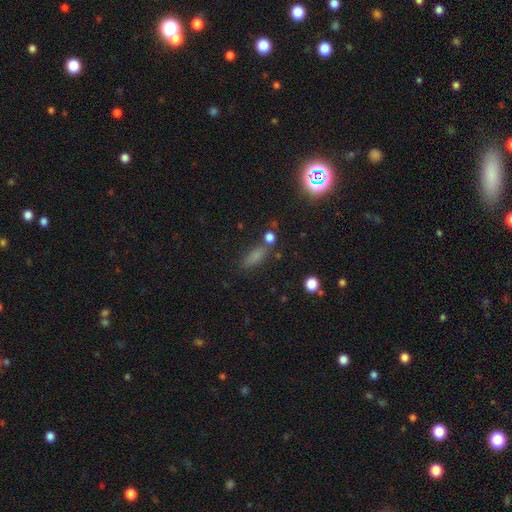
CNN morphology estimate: A smooth galaxy with no disk features (69%) that is in between round and cigar-shaped (61%).

Vote fractions:
- Smooth or featured? smooth: 69% / star or artifact: 21% / featured or disk: 9%
- How rounded? in between: 61% / cigar-shaped: 32% / round: 7%
- Merging? none: 67% / minor disturbance: 15% / merger: 12% / major disturbance: 6%